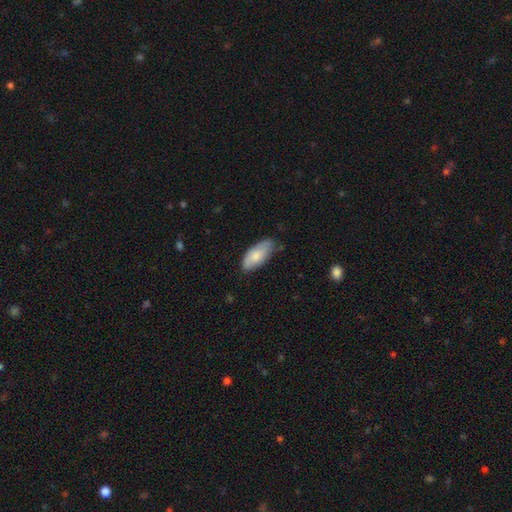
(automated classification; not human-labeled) smooth 75%, featured or disk 20%, star or artifact 6%. Down the decision tree: how rounded — in between (90%); merging — none (66%).